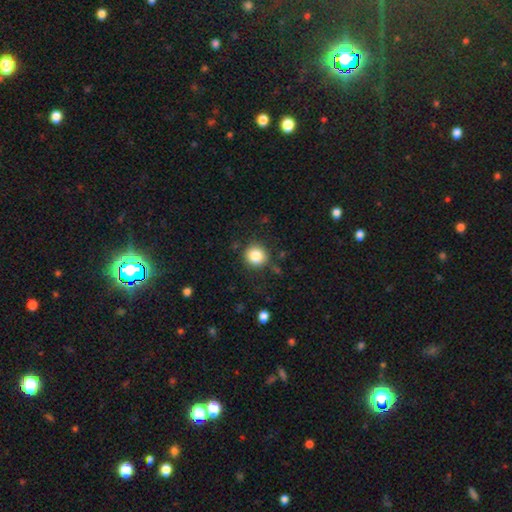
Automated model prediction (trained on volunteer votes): Q: Smooth or featured?
A: smooth (84%); runner-up: star or artifact (10%)
Q: How rounded?
A: round (90%); runner-up: in between (9%)
Q: Merging?
A: none (85%); runner-up: minor disturbance (10%)